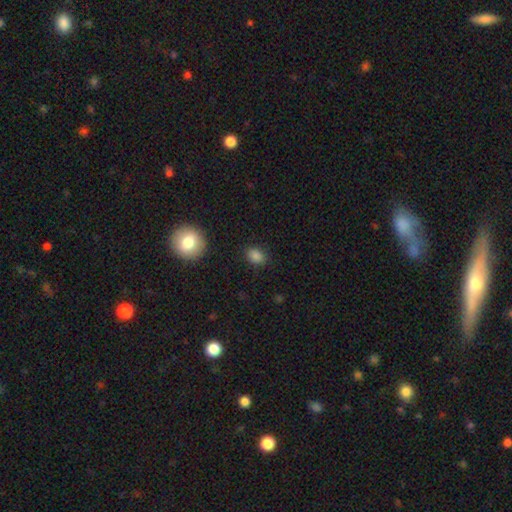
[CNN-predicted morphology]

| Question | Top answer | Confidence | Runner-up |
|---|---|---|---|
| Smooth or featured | smooth | 84% | star or artifact (12%) |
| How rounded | in between | 61% | round (38%) |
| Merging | none | 85% | minor disturbance (10%) |